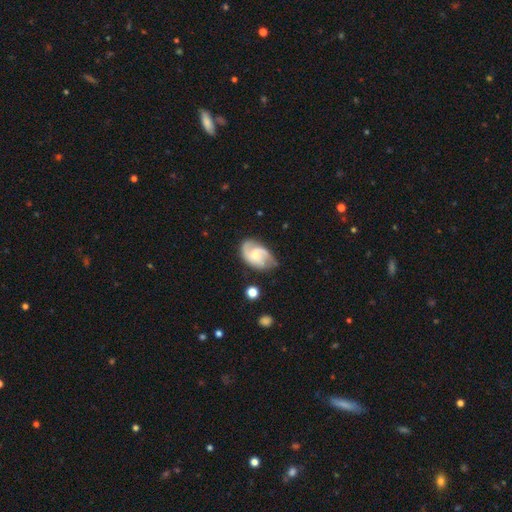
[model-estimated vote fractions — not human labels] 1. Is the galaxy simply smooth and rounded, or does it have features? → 79% featured or disk, 16% smooth, 5% star or artifact.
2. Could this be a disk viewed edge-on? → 97% no, 3% yes.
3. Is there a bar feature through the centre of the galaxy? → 54% no, 39% weak, 7% strong.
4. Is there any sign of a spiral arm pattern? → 95% yes, 5% no.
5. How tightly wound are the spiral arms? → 49% medium, 27% tight, 24% loose.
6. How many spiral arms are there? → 70% 2, 12% 3, 10% can't tell, 5% 1, 2% 4, 2% more than 4.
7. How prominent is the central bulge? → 52% small, 40% moderate, 4% none, 2% large, 1% dominant.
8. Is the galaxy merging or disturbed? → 66% none, 23% minor disturbance, 9% major disturbance, 3% merger.